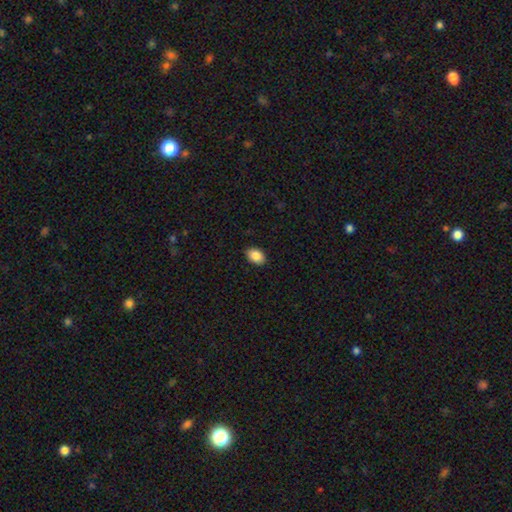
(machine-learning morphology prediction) smooth_or_featured: smooth (p=0.88) [alt: star or artifact p=0.08]
how_rounded: in between (p=0.83) [alt: round p=0.16]
merging: none (p=0.89) [alt: minor disturbance p=0.08]